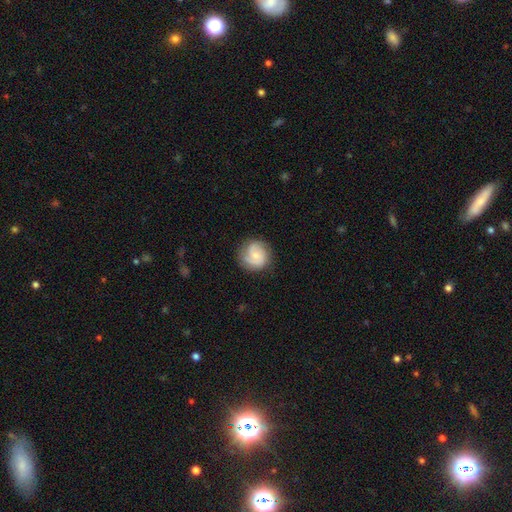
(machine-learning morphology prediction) smooth_or_featured: featured or disk (p=0.52) [alt: smooth p=0.41]
disk_edge_on: no (p=0.98) [alt: yes p=0.02]
bar: no (p=0.67) [alt: weak p=0.28]
has_spiral_arms: yes (p=0.89) [alt: no p=0.11]
bulge_size: small (p=0.59) [alt: moderate p=0.32]
merging: none (p=0.77) [alt: minor disturbance p=0.17]